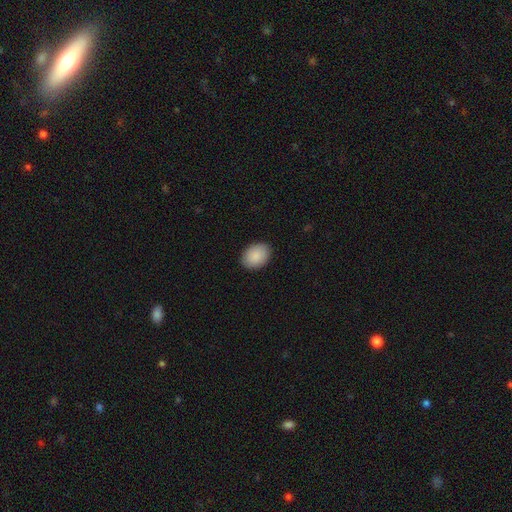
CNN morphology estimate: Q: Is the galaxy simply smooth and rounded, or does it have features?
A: smooth — 90%.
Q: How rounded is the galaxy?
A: in between — 74%.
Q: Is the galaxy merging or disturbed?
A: none — 89%.